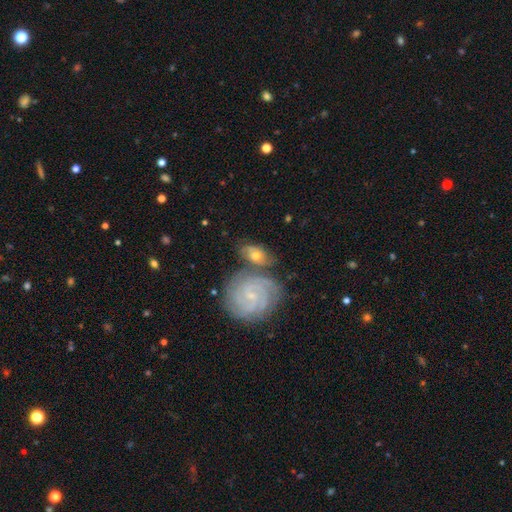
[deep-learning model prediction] Smooth or featured?
  - featured or disk: 74% *
  - smooth: 19%
  - star or artifact: 7%
Edge-on disk?
  - no: 95% *
  - yes: 5%
Bar?
  - no: 63% *
  - weak: 29%
  - strong: 7%
Spiral arms?
  - yes: 94% *
  - no: 6%
Spiral winding?
  - tight: 71% *
  - medium: 24%
  - loose: 5%
Spiral arm count?
  - 3: 28% *
  - 2: 26%
  - can't tell: 24%
  - 4: 13%
  - more than 4: 5%
  - 1: 5%
Bulge size?
  - small: 70% *
  - moderate: 24%
  - none: 3%
  - large: 2%
  - dominant: 1%
Merging?
  - none: 55% *
  - merger: 25%
  - minor disturbance: 15%
  - major disturbance: 5%